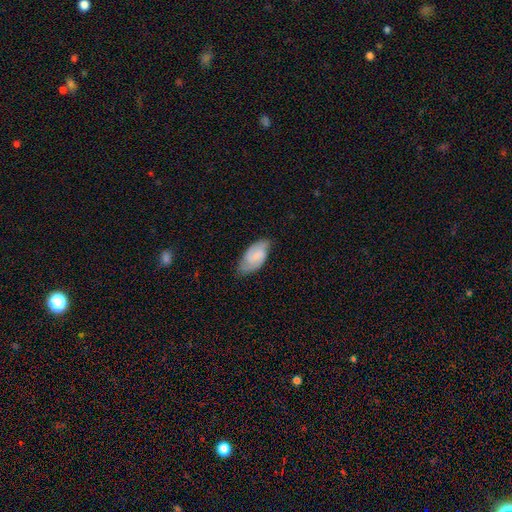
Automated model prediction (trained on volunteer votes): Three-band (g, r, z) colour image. It shows a featured or disk galaxy (62%) with a weak bar (48%), 2 (80%) medium (45%) spiral arms (93%) and a small central bulge (48%). Merging: none (73%).